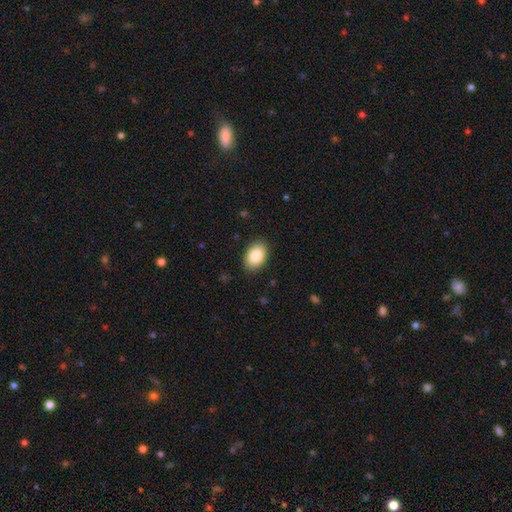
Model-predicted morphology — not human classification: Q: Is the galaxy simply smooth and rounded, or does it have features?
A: smooth — 85%.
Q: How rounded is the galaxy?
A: in between — 86%.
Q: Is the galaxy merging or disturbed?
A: none — 88%.